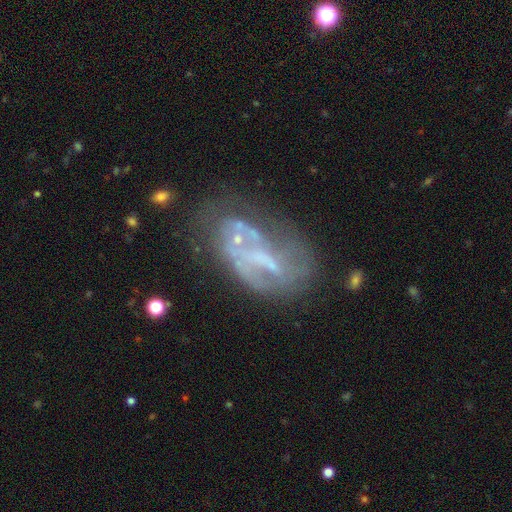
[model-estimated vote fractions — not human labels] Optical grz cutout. It shows a featured or disk galaxy (68%) with no bar (60%), no spiral arms (64%) and no central bulge (60%). Merging: none (34%).